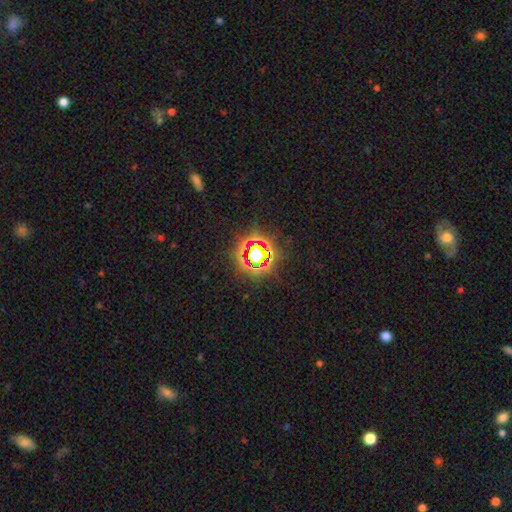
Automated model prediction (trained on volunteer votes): Overall: star or artifact (75%).